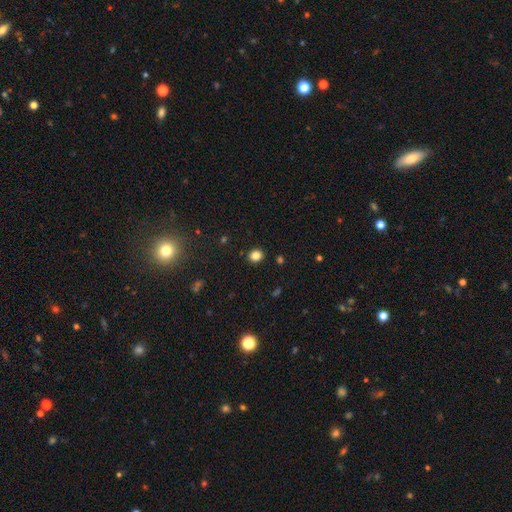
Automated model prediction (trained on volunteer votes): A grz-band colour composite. It shows a smooth galaxy with no disk features (83%) that is round (75%). Merging: none (91%).